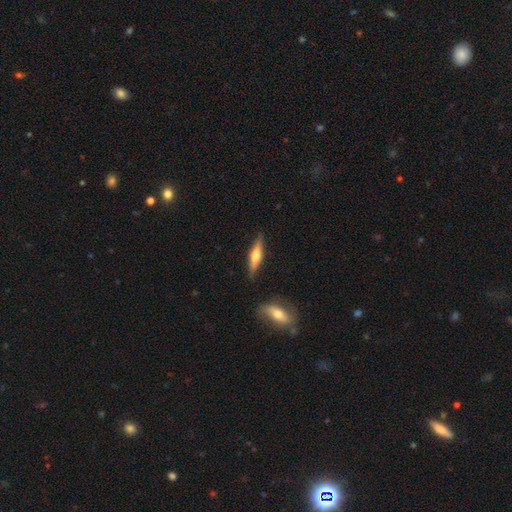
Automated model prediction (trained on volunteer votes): The model was most divided on "smooth or featured": featured or disk: 50%, smooth: 44%, star or artifact: 6%. More confident: edge-on disk — yes (94%); merging — none (85%).